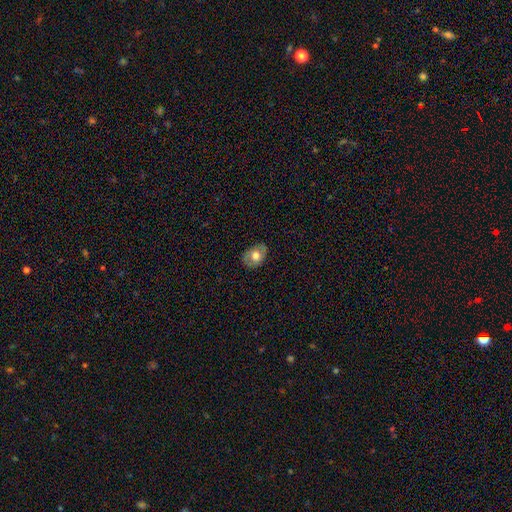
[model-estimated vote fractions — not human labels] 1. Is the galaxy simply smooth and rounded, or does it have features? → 62% smooth, 30% featured or disk, 8% star or artifact.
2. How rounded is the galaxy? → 70% in between, 29% round, 1% cigar-shaped.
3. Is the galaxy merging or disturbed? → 75% none, 20% minor disturbance, 5% major disturbance, 1% merger.